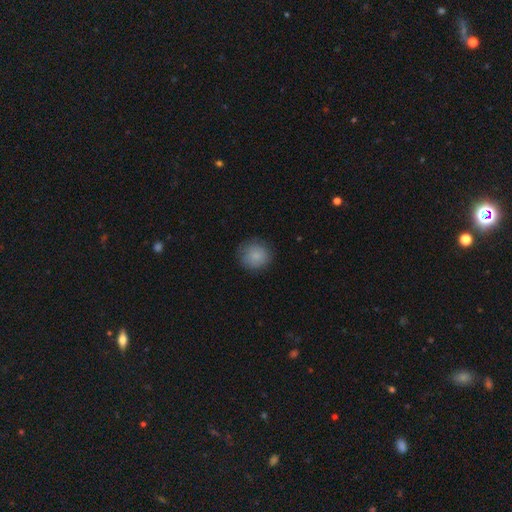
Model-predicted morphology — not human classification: smooth_or_featured: smooth (p=0.87) [alt: star or artifact p=0.07]
how_rounded: round (p=0.88) [alt: in between p=0.11]
merging: none (p=0.83) [alt: minor disturbance p=0.13]